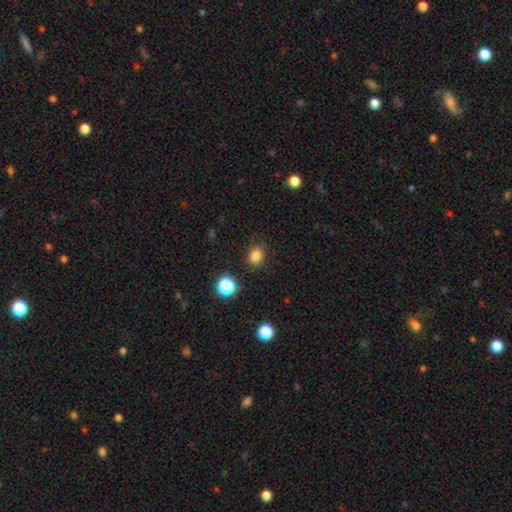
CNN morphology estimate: This is clearly a smooth galaxy (82%). How rounded: possibly round (54%). Merging: clearly none (85%).